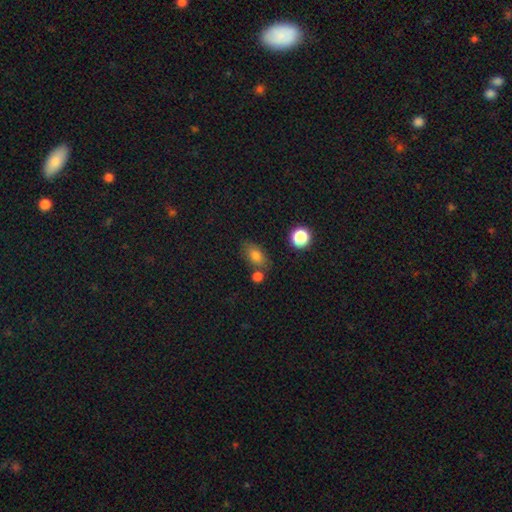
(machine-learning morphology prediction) smooth 79%, star or artifact 11%, featured or disk 9%. Down the decision tree: how rounded — in between (81%); merging — none (67%).